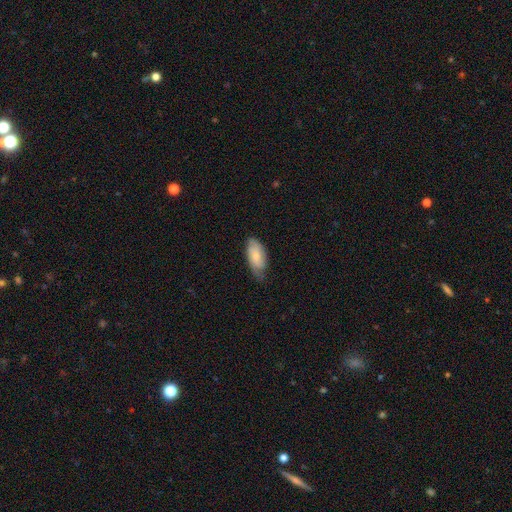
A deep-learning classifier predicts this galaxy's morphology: A smooth galaxy with no disk features (62%) that is in between round and cigar-shaped (89%).

Vote fractions:
- Smooth or featured? smooth: 62% / featured or disk: 31% / star or artifact: 6%
- How rounded? in between: 89% / cigar-shaped: 8% / round: 3%
- Merging? none: 61% / minor disturbance: 31% / major disturbance: 7% / merger: 1%